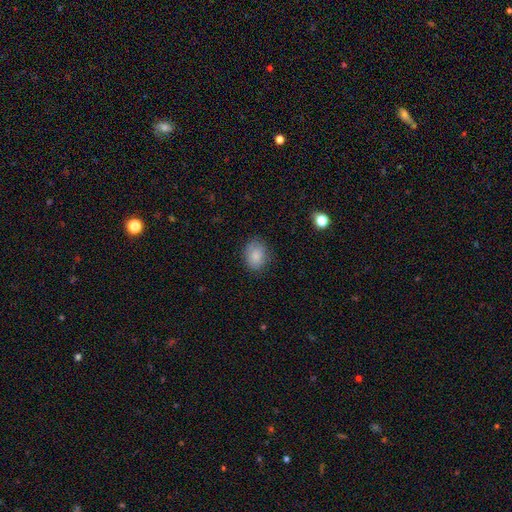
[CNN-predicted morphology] This is clearly a smooth galaxy (84%). How rounded: possibly in between (55%). Merging: likely none (80%).